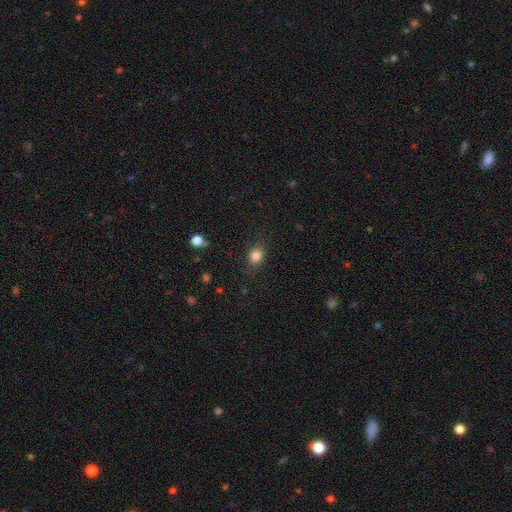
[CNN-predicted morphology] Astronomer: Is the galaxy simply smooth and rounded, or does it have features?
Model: smooth — 82%.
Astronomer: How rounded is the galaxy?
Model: round — 56% (runner-up: in between, 43%).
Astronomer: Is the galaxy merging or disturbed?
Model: none — 81%.